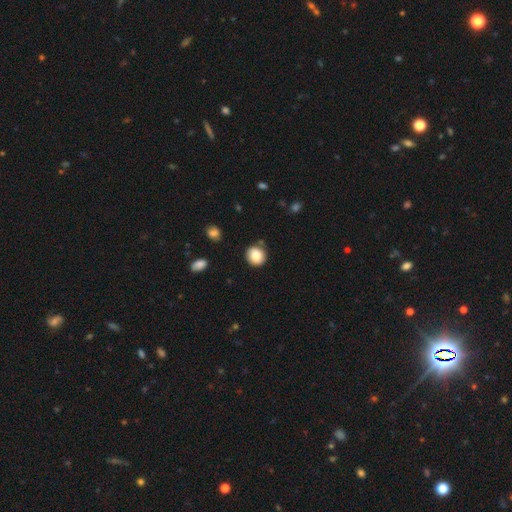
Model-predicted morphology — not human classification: Overall: smooth (85%). How rounded: round (86%). Merging: none (79%).